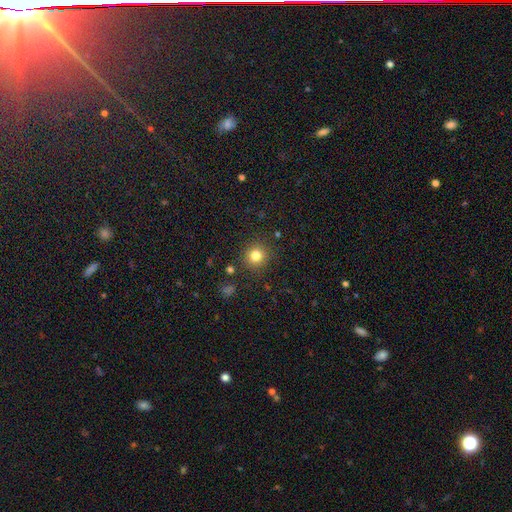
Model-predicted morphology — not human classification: A smooth galaxy with no disk features (80%) that is round (92%).

Vote fractions:
- Smooth or featured? smooth: 80% / star or artifact: 13% / featured or disk: 6%
- How rounded? round: 92% / in between: 7% / cigar-shaped: 1%
- Merging? none: 89% / minor disturbance: 7% / major disturbance: 3% / merger: 2%